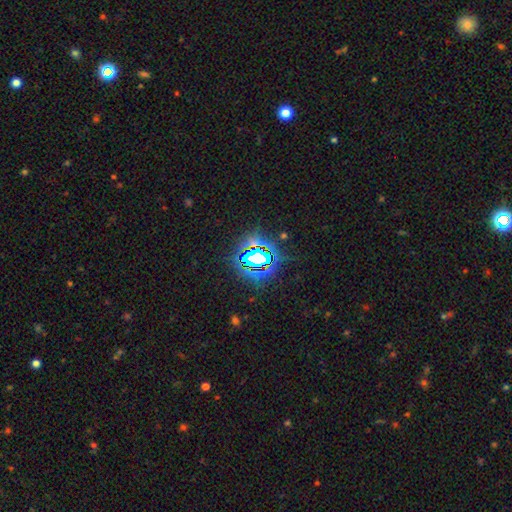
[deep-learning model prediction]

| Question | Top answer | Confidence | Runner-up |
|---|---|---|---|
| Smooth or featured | star or artifact | 79% | smooth (13%) |